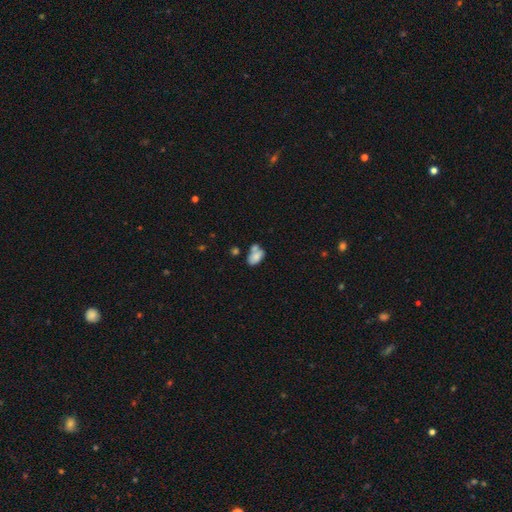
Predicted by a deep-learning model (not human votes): Smooth or featured?
  - smooth: 73% *
  - featured or disk: 18%
  - star or artifact: 9%
How rounded?
  - in between: 88% *
  - round: 10%
  - cigar-shaped: 2%
Merging?
  - merger: 43% *
  - none: 31%
  - minor disturbance: 17%
  - major disturbance: 8%